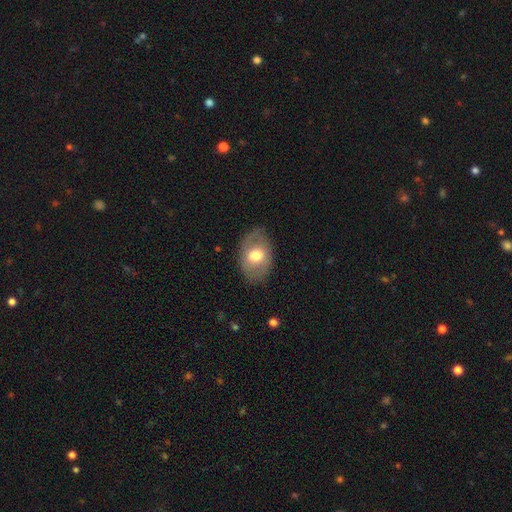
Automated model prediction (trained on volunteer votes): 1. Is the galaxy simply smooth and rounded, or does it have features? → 61% smooth, 33% featured or disk, 6% star or artifact.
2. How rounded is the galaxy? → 81% in between, 18% round, 1% cigar-shaped.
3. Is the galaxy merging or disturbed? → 79% none, 14% minor disturbance, 5% major disturbance, 1% merger.